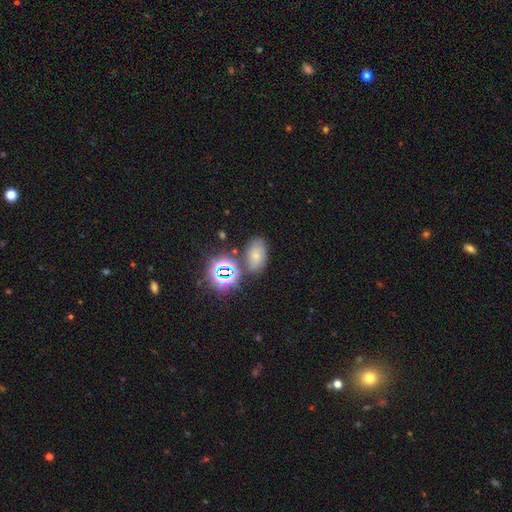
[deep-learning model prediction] This appears to be a smooth galaxy with no disk features (58%) that is in between round and cigar-shaped (82%). Merging: none (70%).